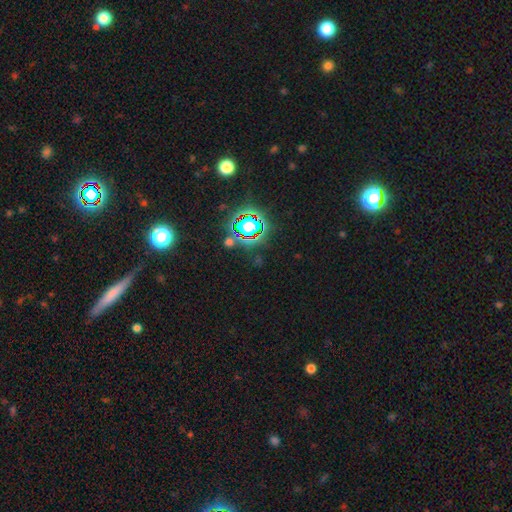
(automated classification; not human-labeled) The model was most divided on "smooth or featured": star or artifact: 76%, smooth: 14%, featured or disk: 10%.